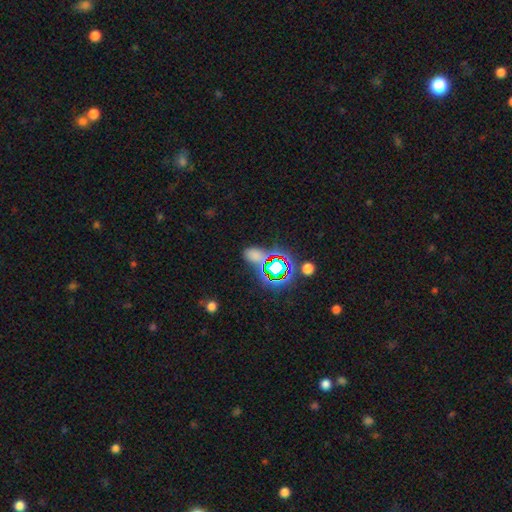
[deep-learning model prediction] A smooth galaxy with no disk features (50%).

Vote fractions:
- Smooth or featured? smooth: 50% / star or artifact: 41% / featured or disk: 9%
- Merging? none: 63% / minor disturbance: 17% / merger: 12% / major disturbance: 9%